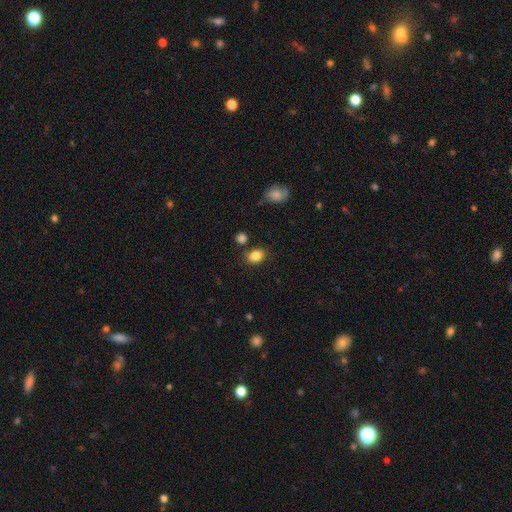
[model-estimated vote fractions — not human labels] Smooth or featured? smooth (85%)
How rounded? in between (72%)
Merging? none (77%)